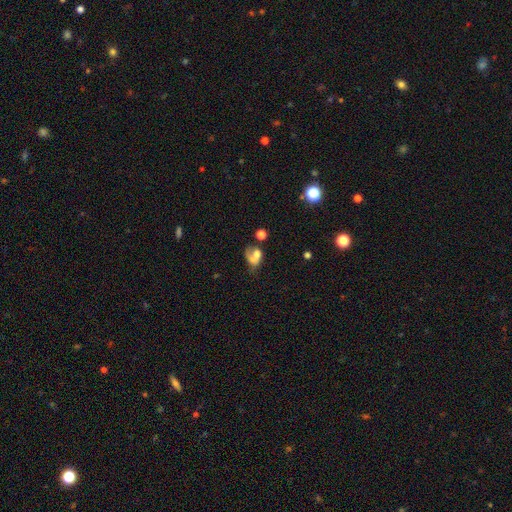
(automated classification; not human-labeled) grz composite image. It shows a smooth galaxy with no disk features (49%). Merging: merger (41%).